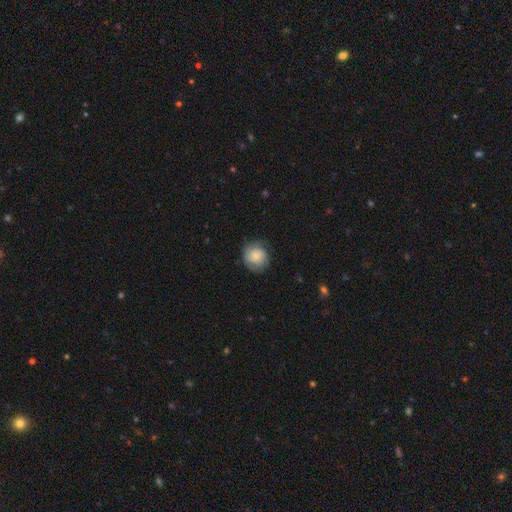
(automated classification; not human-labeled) Morphology: type=smooth (57%); roundness=round (85%); merging=none (71%).